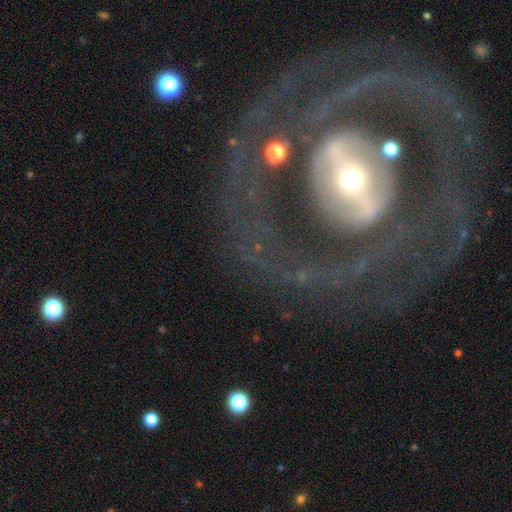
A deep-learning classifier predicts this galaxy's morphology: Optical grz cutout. It shows a featured or disk galaxy (84%) with a strong bar (45%), 2 (67%) tight (47%) spiral arms (81%) and a moderate central bulge (44%). Merging: none (73%).